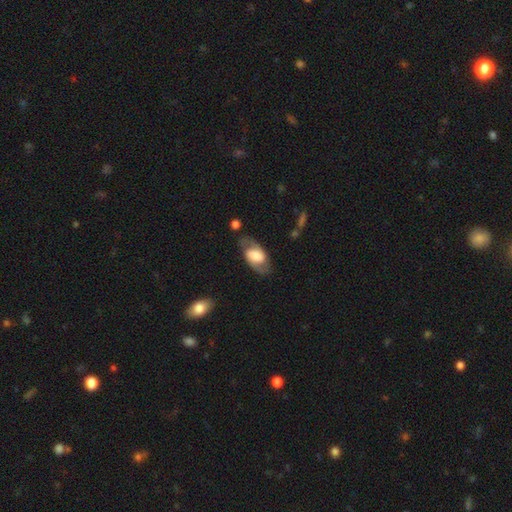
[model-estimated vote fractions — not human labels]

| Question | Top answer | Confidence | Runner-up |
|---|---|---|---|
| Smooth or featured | featured or disk | 70% | smooth (24%) |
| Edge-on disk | no | 94% | yes (6%) |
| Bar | weak | 41% | no (35%) |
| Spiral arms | yes | 85% | no (15%) |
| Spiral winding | medium | 50% | loose (28%) |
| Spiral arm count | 2 | 89% | can't tell (6%) |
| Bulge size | large | 42% | moderate (30%) |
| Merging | none | 76% | minor disturbance (15%) |